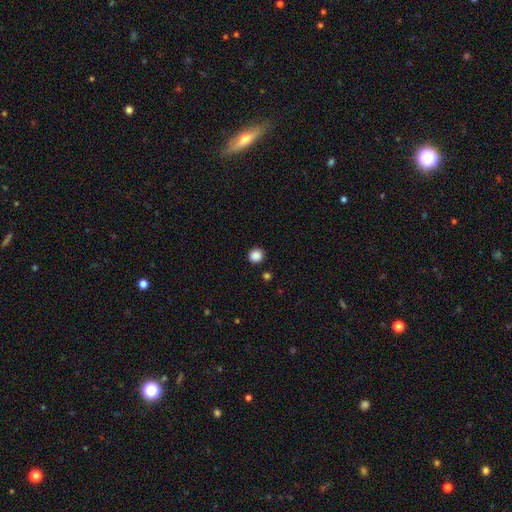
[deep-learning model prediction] Overall: smooth (87%). How rounded: round (93%). Merging: none (92%).